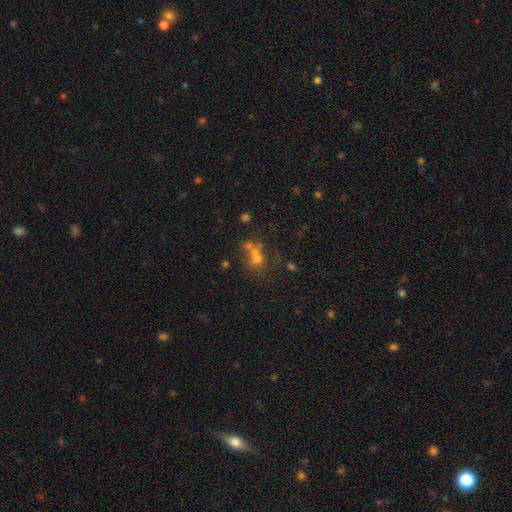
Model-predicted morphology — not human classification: Smooth or featured? Predicted: smooth (p=0.54). How rounded? Predicted: round (p=0.74). Merging? Predicted: merger (p=0.43).